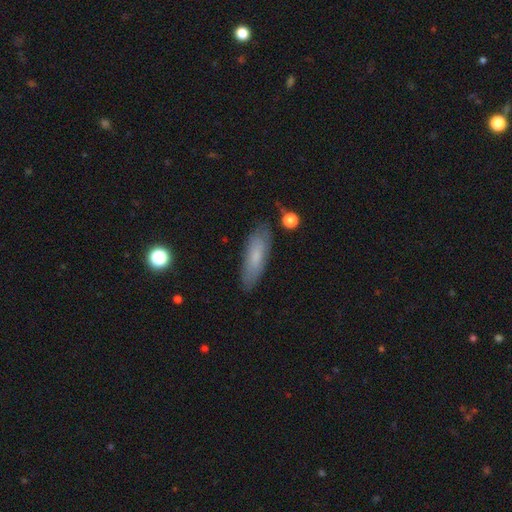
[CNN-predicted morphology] type=smooth (68%); roundness=cigar-shaped (51%); merging=none (79%).